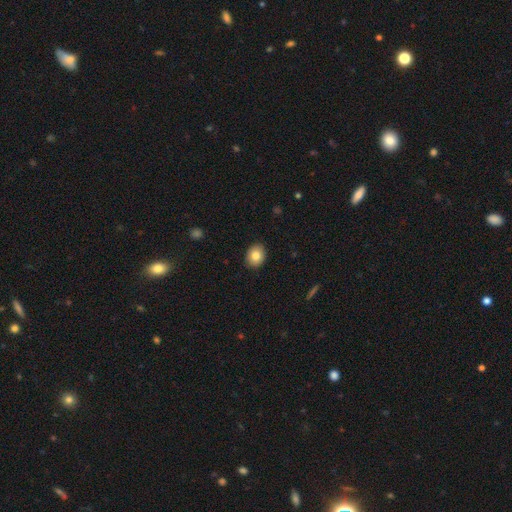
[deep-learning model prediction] Overall: smooth (82%). How rounded: in between (51%; round 48%). Merging: none (90%).